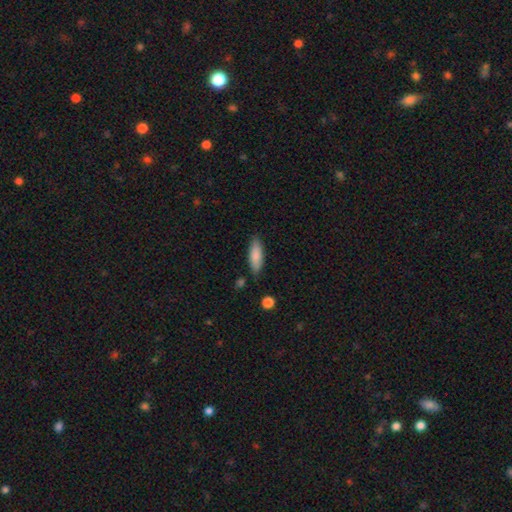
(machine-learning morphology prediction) A smooth galaxy with no disk features (83%) that is in between round and cigar-shaped (55%). Merging: none (81%).